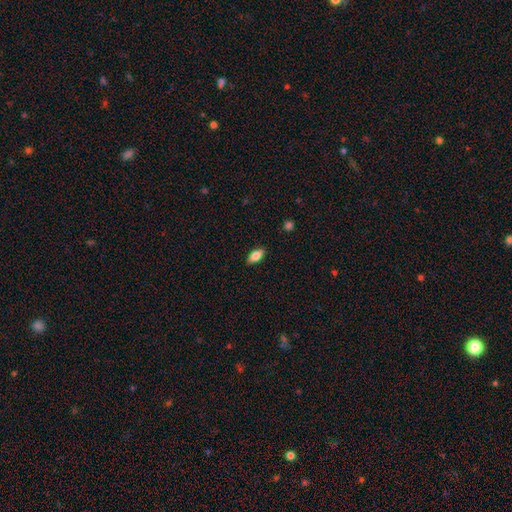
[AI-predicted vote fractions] Smooth or featured: smooth — 77% (featured or disk — 16%)
How rounded: in between — 84% (cigar-shaped — 13%)
Merging: none — 87% (minor disturbance — 10%)